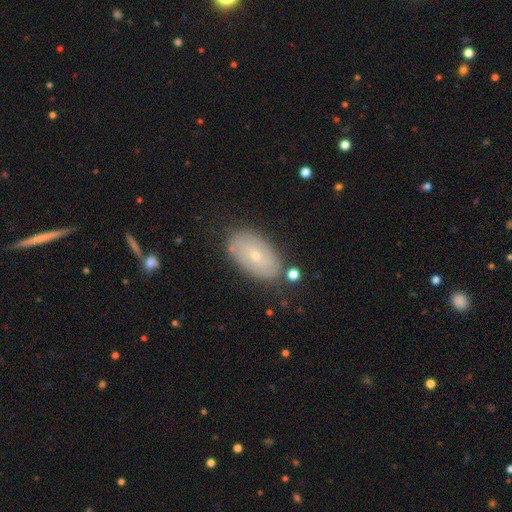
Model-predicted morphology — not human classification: type=featured or disk (54%); edge-on=no (92%); merging=none (79%).